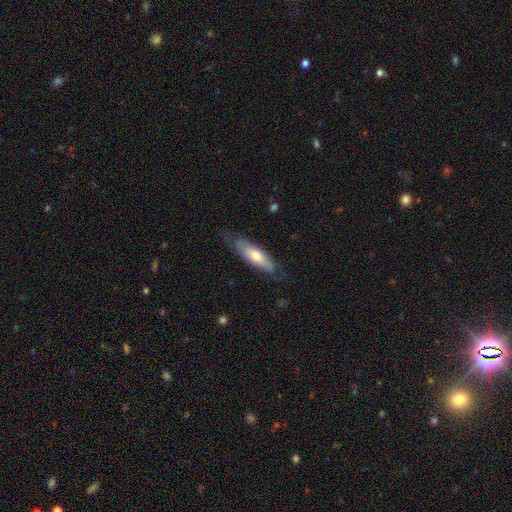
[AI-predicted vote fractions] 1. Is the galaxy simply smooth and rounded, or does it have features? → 60% smooth, 34% featured or disk, 6% star or artifact.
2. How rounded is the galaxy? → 55% cigar-shaped, 44% in between, 2% round.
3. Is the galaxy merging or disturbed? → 71% none, 22% minor disturbance, 5% major disturbance, 1% merger.